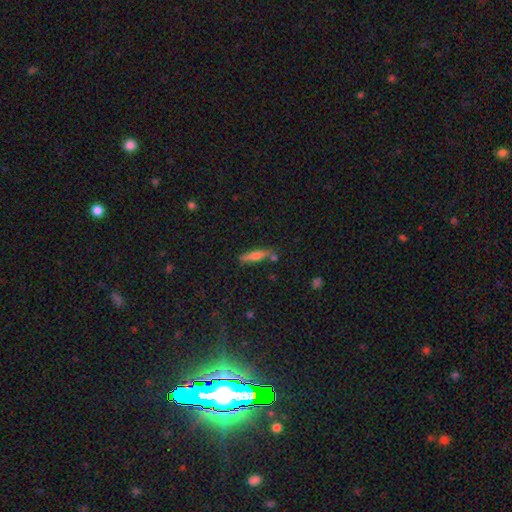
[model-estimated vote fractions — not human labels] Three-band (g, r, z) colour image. It shows a smooth galaxy with no disk features (53%) that is cigar-shaped (78%). Merging: none (77%).